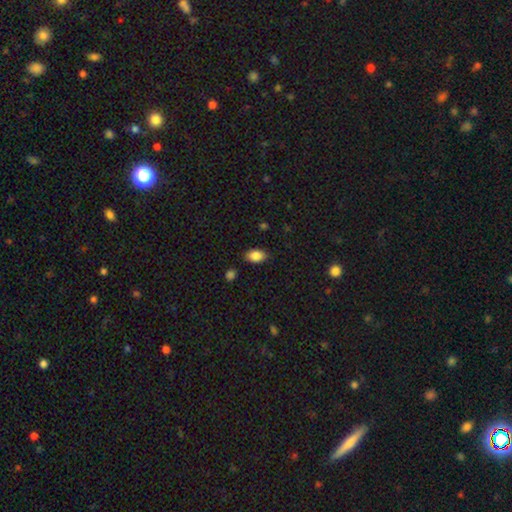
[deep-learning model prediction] smooth-or-featured: smooth: 86% | star or artifact: 8% | featured or disk: 6%
  how-rounded: in between: 89% | round: 9% | cigar-shaped: 2%
  merging: none: 84% | minor disturbance: 11% | major disturbance: 3% | merger: 2%